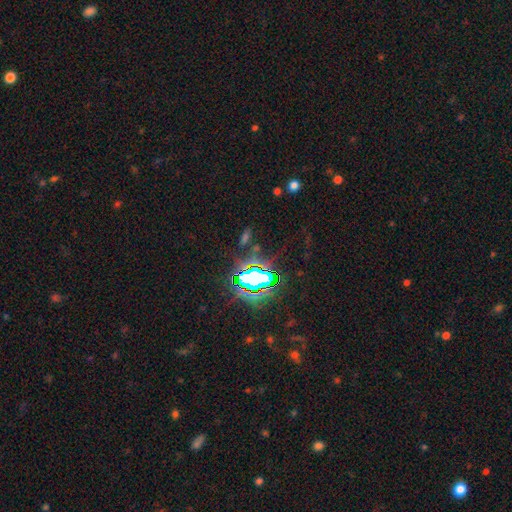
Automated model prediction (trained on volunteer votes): star or artifact 80%, smooth 12%, featured or disk 8%.